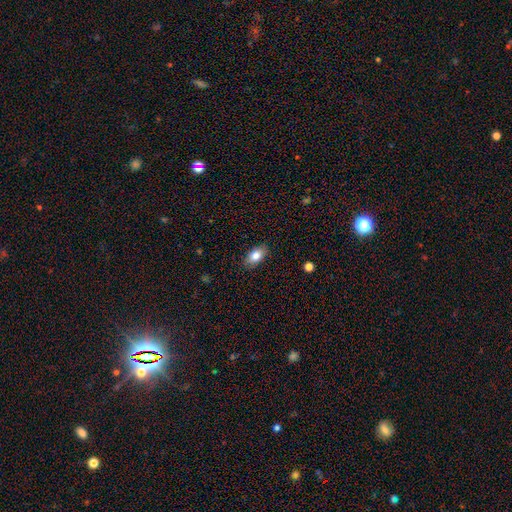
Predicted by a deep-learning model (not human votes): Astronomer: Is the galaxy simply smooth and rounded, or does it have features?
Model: smooth — 80%.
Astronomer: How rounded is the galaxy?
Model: in between — 90%.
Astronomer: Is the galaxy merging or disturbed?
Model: none — 87%.